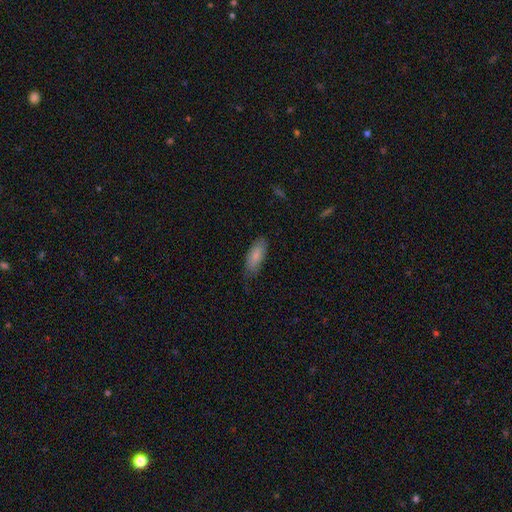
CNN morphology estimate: Smooth or featured: smooth — 84% (featured or disk — 10%)
How rounded: in between — 78% (cigar-shaped — 20%)
Merging: none — 73% (minor disturbance — 21%)